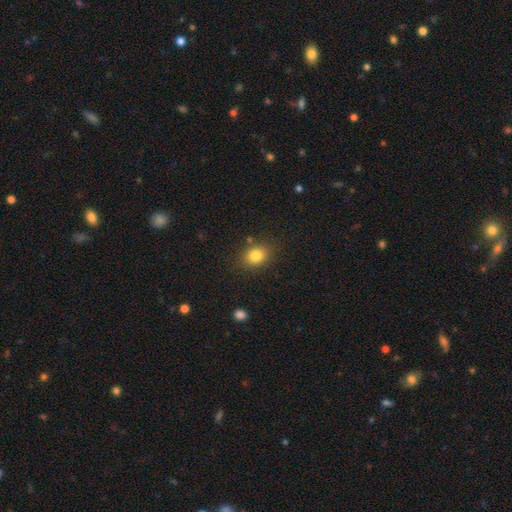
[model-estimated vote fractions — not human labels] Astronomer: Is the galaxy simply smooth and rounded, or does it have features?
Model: smooth — 82%.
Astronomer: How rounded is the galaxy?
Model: round — 51% (runner-up: in between, 48%).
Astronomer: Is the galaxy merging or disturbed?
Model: none — 82%.